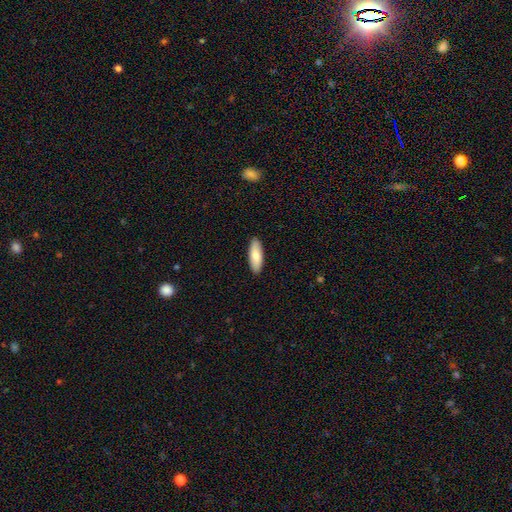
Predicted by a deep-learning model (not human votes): Q: Smooth or featured?
A: smooth (82%); runner-up: featured or disk (13%)
Q: How rounded?
A: in between (66%); runner-up: cigar-shaped (32%)
Q: Merging?
A: none (90%); runner-up: minor disturbance (7%)